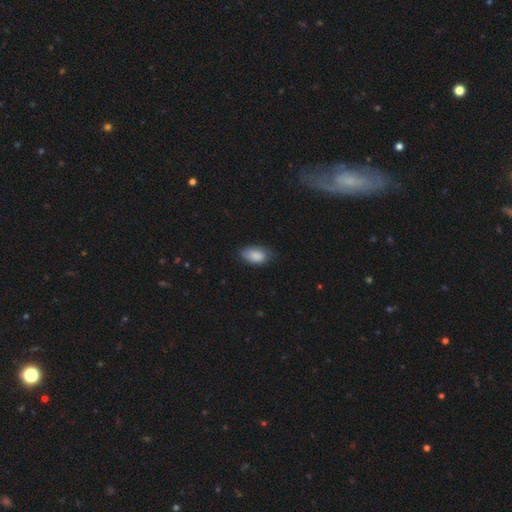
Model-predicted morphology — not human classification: Overall: smooth (86%). How rounded: in between (92%). Merging: none (66%; minor disturbance 28%).